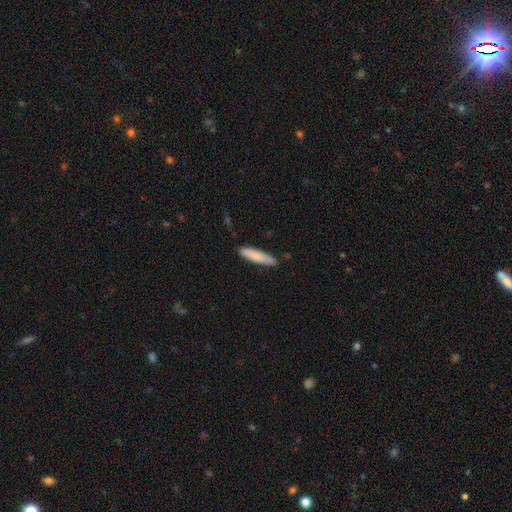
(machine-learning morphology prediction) smooth-or-featured: smooth: 82% | featured or disk: 12% | star or artifact: 6%
  how-rounded: cigar-shaped: 86% | in between: 13% | round: 1%
  merging: none: 85% | minor disturbance: 12% | major disturbance: 2% | merger: 1%